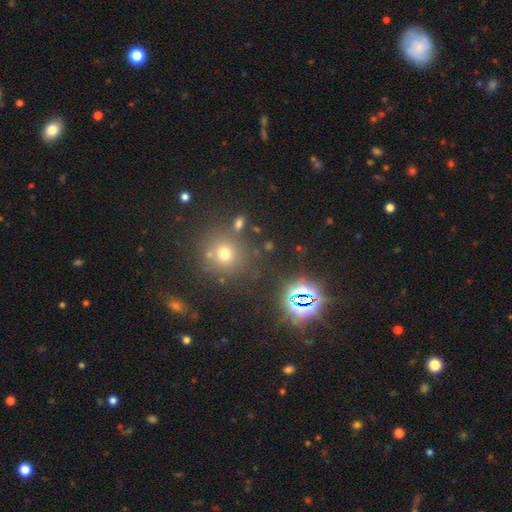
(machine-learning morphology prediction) Smooth or featured: star or artifact — 53% (smooth — 38%)